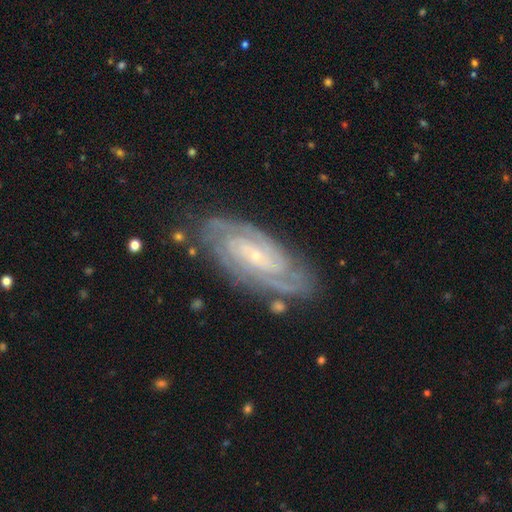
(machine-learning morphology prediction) Overall: featured or disk (89%). Edge-on disk: no (94%). Bar: no (50%; weak 35%). Spiral arms: yes (98%). Spiral arm count: 2 (43%; 3 19%). Spiral winding: tight (71%). Bulge size: small (83%). Merging: none (79%).